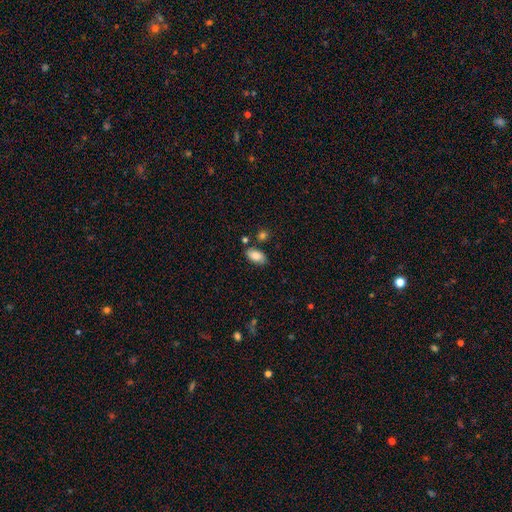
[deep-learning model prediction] smooth_or_featured: smooth (p=0.83) [alt: featured or disk p=0.10]
how_rounded: in between (p=0.92) [alt: round p=0.04]
merging: none (p=0.75) [alt: minor disturbance p=0.15]